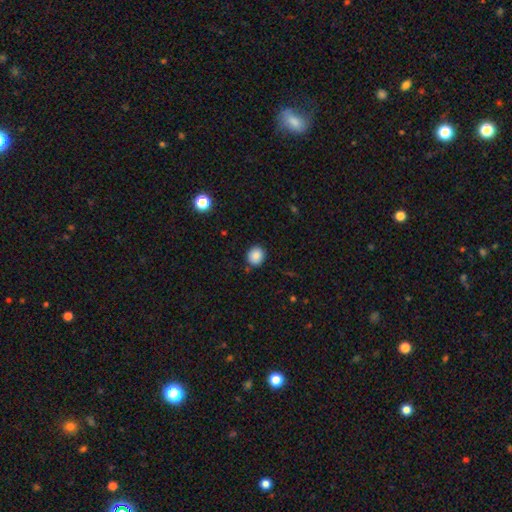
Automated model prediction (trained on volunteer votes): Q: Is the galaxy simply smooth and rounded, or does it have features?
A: smooth — 87%.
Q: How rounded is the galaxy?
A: round — 79%.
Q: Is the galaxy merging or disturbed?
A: none — 86%.